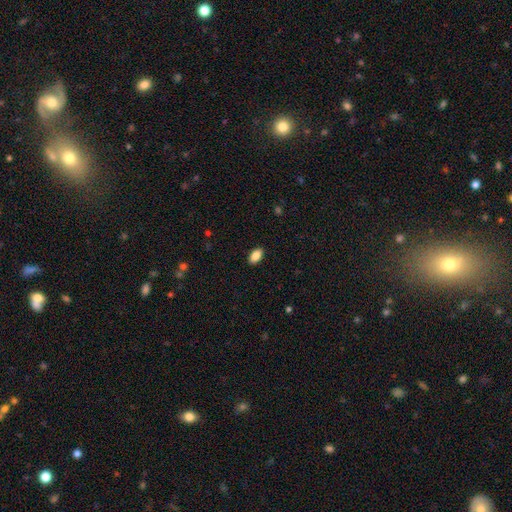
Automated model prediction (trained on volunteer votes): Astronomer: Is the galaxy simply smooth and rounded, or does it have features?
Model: smooth — 87%.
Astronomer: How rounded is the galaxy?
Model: in between — 93%.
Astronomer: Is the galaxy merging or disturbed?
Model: none — 90%.